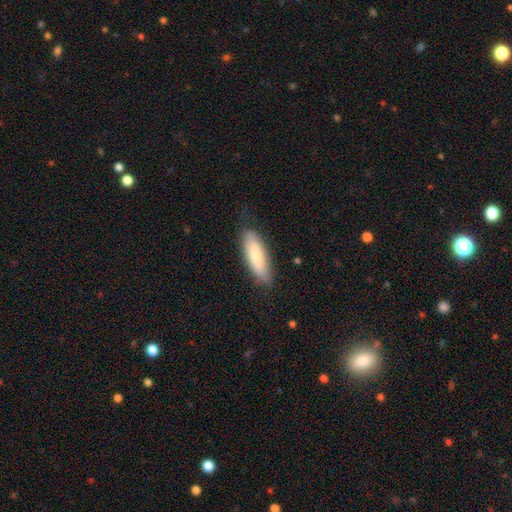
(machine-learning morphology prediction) smooth 80%, featured or disk 15%, star or artifact 6%. Down the decision tree: how rounded — in between (51%); merging — none (79%).